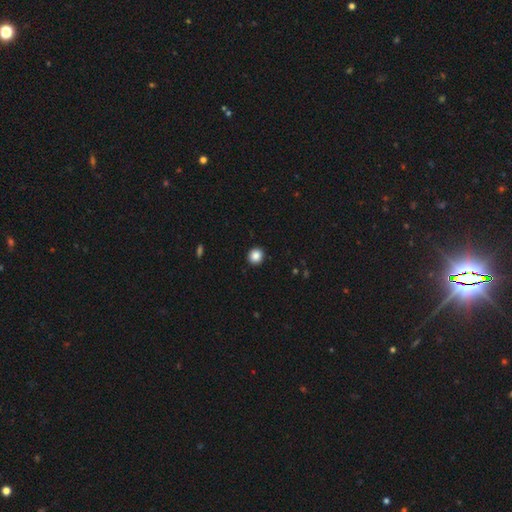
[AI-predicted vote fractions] A smooth galaxy with no disk features (87%) that is round (89%). Merging: none (93%).